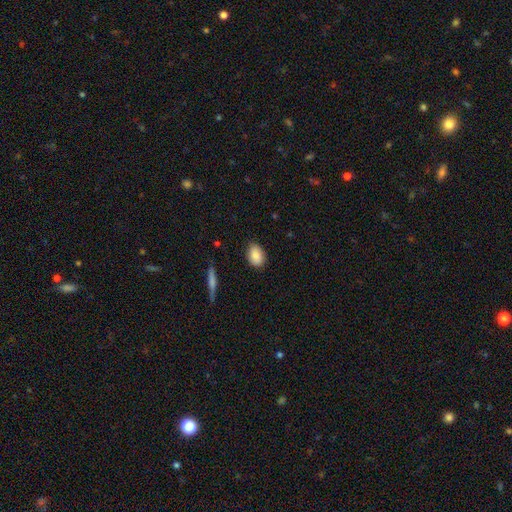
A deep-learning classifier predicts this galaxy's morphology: The model was most divided on "how rounded": in between: 81%, round: 17%, cigar-shaped: 2%. More confident: smooth or featured — smooth (87%); merging — none (84%).